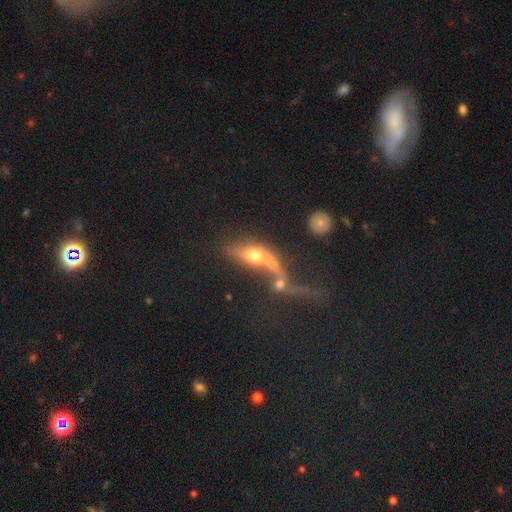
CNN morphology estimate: This appears to be a smooth galaxy with no disk features (44%). Merging: merger (55%).